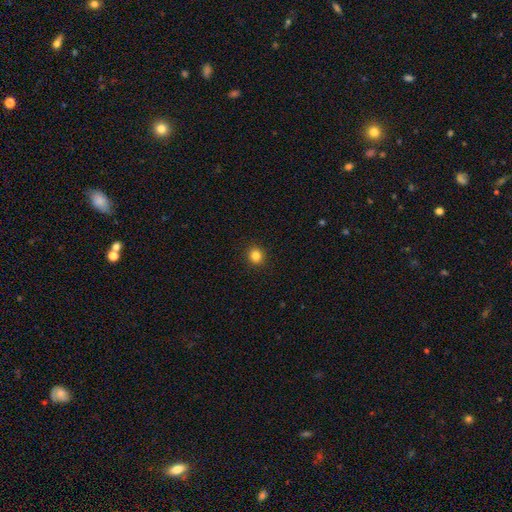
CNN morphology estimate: A smooth galaxy with no disk features (83%) that is round (91%).

Vote fractions:
- Smooth or featured? smooth: 83% / star or artifact: 12% / featured or disk: 5%
- How rounded? round: 91% / in between: 8% / cigar-shaped: 1%
- Merging? none: 93% / minor disturbance: 5% / major disturbance: 2% / merger: 1%